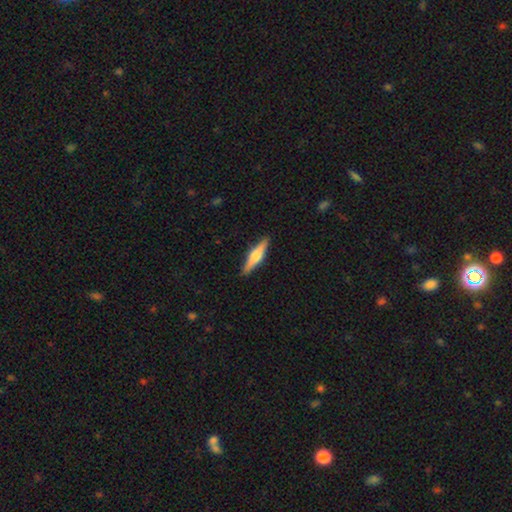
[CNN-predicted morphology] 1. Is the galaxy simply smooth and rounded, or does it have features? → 59% featured or disk, 35% smooth, 6% star or artifact.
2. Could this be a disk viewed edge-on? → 97% yes, 3% no.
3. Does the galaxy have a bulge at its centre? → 85% rounded, 11% boxy, 4% none.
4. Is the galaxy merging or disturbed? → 90% none, 7% minor disturbance, 1% major disturbance, 1% merger.